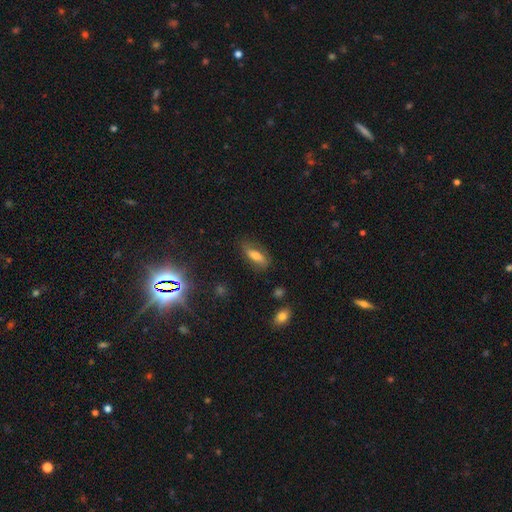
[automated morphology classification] A smooth galaxy with no disk features (59%) that is in between round and cigar-shaped (63%).

Vote fractions:
- Smooth or featured? smooth: 59% / featured or disk: 31% / star or artifact: 10%
- How rounded? in between: 63% / cigar-shaped: 33% / round: 3%
- Merging? none: 74% / minor disturbance: 19% / major disturbance: 6% / merger: 2%